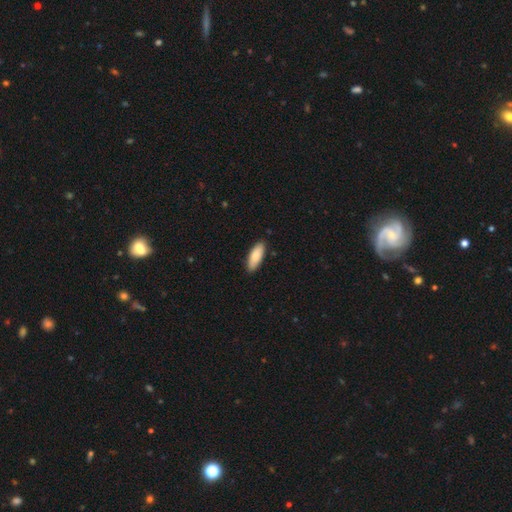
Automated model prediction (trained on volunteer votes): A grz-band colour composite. It shows a smooth galaxy with no disk features (85%) that is in between round and cigar-shaped (70%). Merging: none (87%).